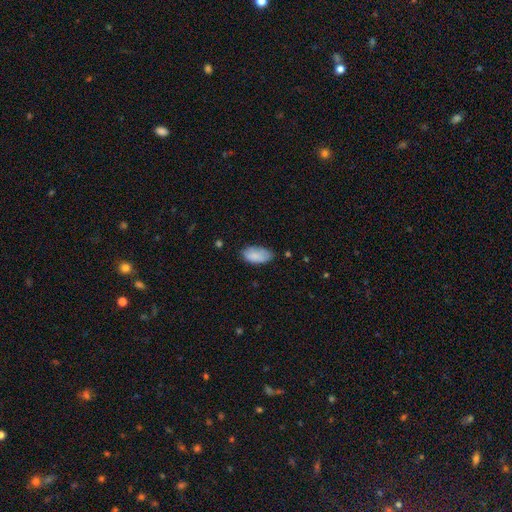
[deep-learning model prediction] Q: Smooth or featured?
A: smooth (86%); runner-up: featured or disk (7%)
Q: How rounded?
A: in between (94%); runner-up: cigar-shaped (3%)
Q: Merging?
A: none (68%); runner-up: minor disturbance (26%)